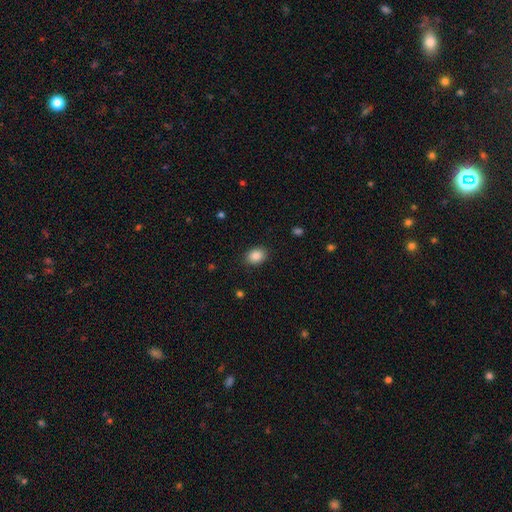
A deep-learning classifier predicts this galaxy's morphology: smooth_or_featured: smooth (p=0.88) [alt: star or artifact p=0.08]
how_rounded: in between (p=0.62) [alt: round p=0.37]
merging: none (p=0.88) [alt: minor disturbance p=0.09]